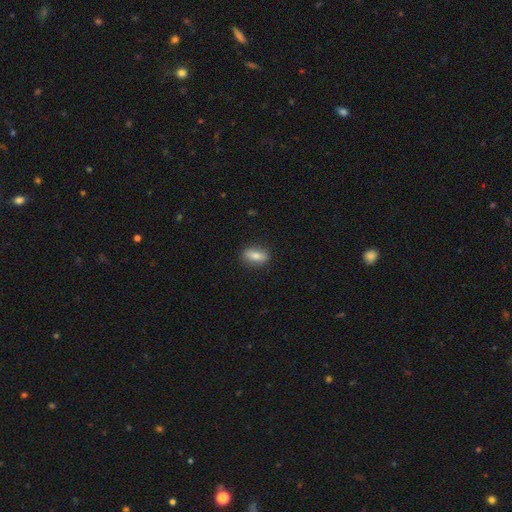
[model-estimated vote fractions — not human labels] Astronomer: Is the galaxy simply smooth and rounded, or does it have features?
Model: smooth — 77%.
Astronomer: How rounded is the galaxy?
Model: in between — 77%.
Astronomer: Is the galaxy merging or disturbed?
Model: none — 86%.